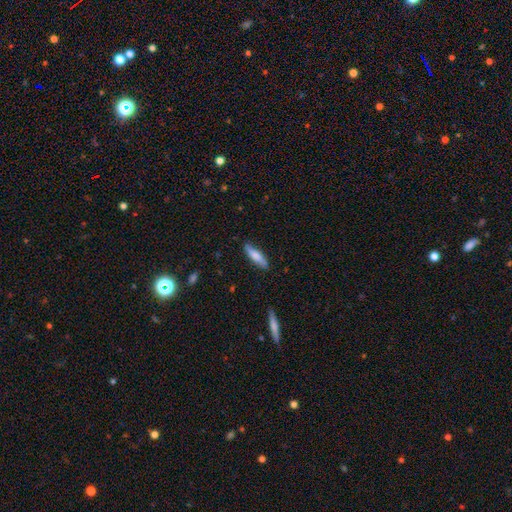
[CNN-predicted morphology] A smooth galaxy with no disk features (75%) that is cigar-shaped (70%). Merging: none (83%).